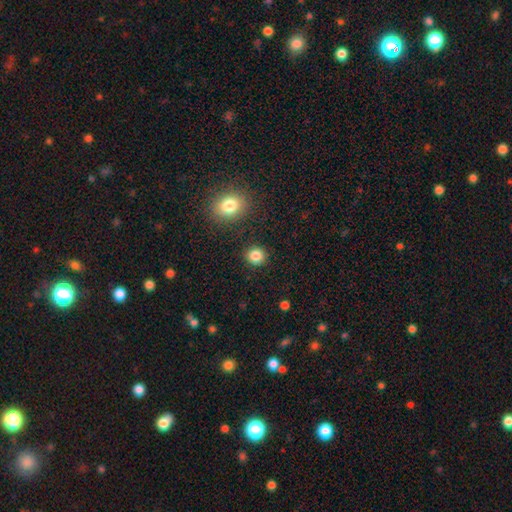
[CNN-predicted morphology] The model was most divided on "smooth or featured": smooth: 84%, star or artifact: 11%, featured or disk: 4%. More confident: merging — none (90%); how rounded — round (87%).